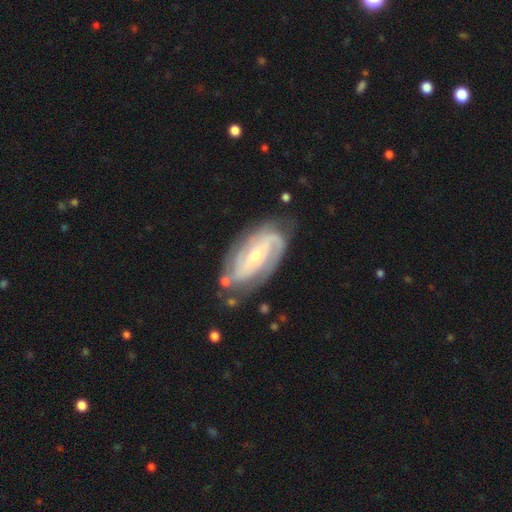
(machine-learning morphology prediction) featured or disk 87%, smooth 9%, star or artifact 5%. Down the decision tree: edge-on disk — no (95%); bar — no (47%); spiral arms — yes (95%); spiral arm count — 2 (52%); spiral winding — tight (59%); bulge size — small (56%); merging — none (70%).